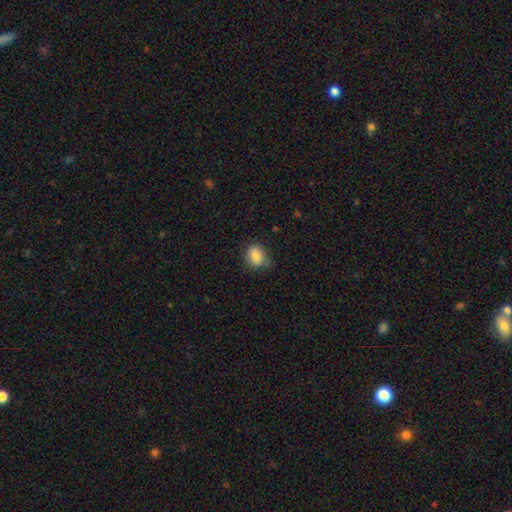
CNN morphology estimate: smooth-or-featured: smooth: 85% | star or artifact: 9% | featured or disk: 6%
  how-rounded: in between: 53% | round: 46% | cigar-shaped: 1%
  merging: none: 68% | minor disturbance: 25% | major disturbance: 5% | merger: 3%